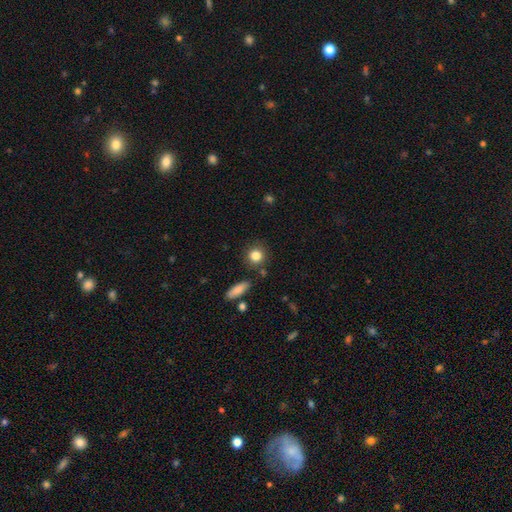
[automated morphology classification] Q: Smooth or featured?
A: smooth (84%); runner-up: star or artifact (9%)
Q: How rounded?
A: round (84%); runner-up: in between (14%)
Q: Merging?
A: none (81%); runner-up: minor disturbance (11%)